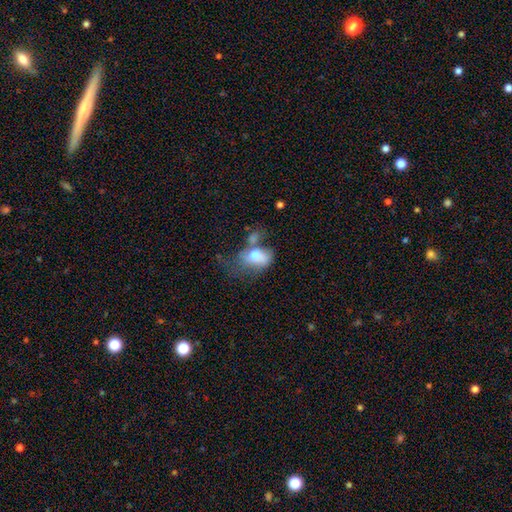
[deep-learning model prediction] A smooth galaxy with no disk features (64%) that is in between round and cigar-shaped (84%).

Vote fractions:
- Smooth or featured? smooth: 64% / featured or disk: 27% / star or artifact: 9%
- How rounded? in between: 84% / round: 14% / cigar-shaped: 2%
- Merging? merger: 34% / major disturbance: 33% / minor disturbance: 17% / none: 16%